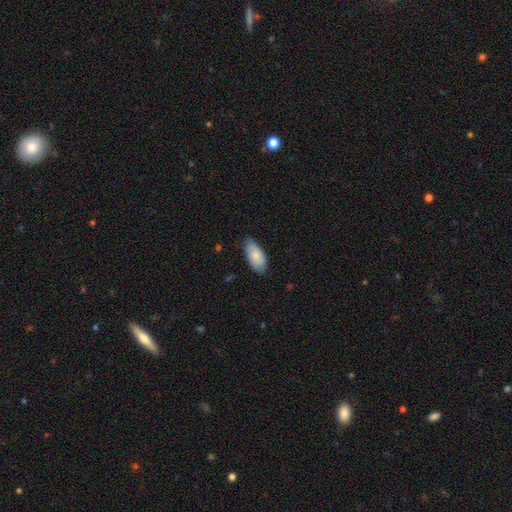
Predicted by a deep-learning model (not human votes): Smooth or featured? Predicted: smooth (p=0.80). How rounded? Predicted: in between (p=0.91). Merging? Predicted: none (p=0.79).